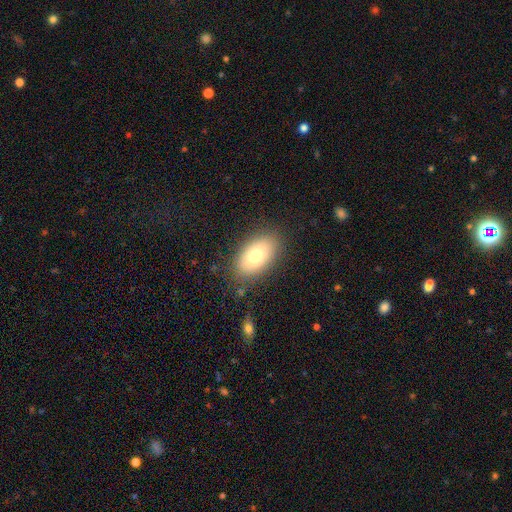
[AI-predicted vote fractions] A smooth galaxy with no disk features (77%) that is in between round and cigar-shaped (93%).

Vote fractions:
- Smooth or featured? smooth: 77% / featured or disk: 15% / star or artifact: 7%
- How rounded? in between: 93% / round: 5% / cigar-shaped: 2%
- Merging? none: 83% / minor disturbance: 11% / major disturbance: 4% / merger: 2%